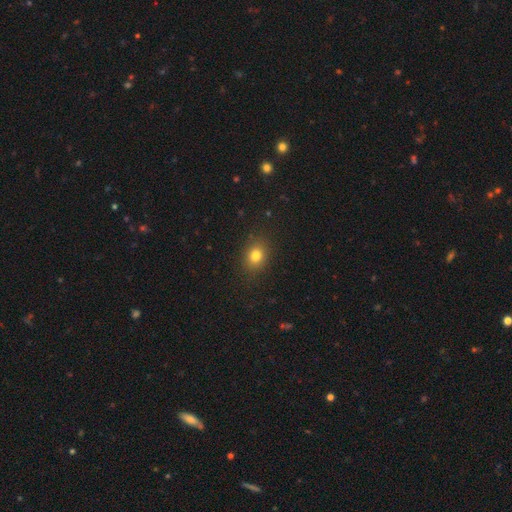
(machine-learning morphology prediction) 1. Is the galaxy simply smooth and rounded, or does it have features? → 80% smooth, 13% star or artifact, 7% featured or disk.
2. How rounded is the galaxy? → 54% round, 45% in between, 1% cigar-shaped.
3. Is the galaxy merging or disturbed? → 87% none, 9% minor disturbance, 3% major disturbance, 1% merger.